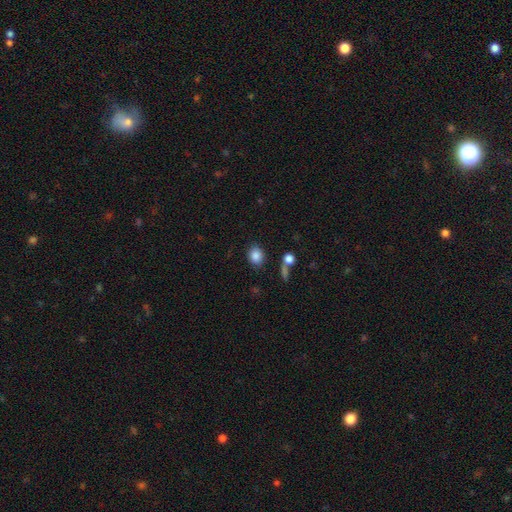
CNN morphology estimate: Smooth or featured: smooth — 86% (star or artifact — 9%)
How rounded: in between — 51% (round — 48%)
Merging: none — 79% (minor disturbance — 11%)